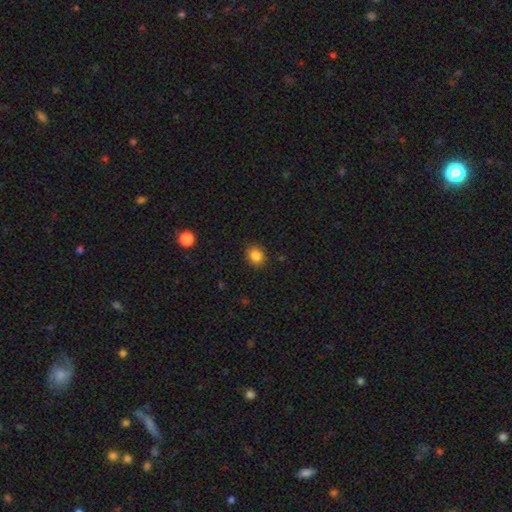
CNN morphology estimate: Smooth or featured?
  - smooth: 85% *
  - star or artifact: 11%
  - featured or disk: 4%
How rounded?
  - round: 72% *
  - in between: 27%
  - cigar-shaped: 1%
Merging?
  - none: 89% *
  - minor disturbance: 8%
  - major disturbance: 2%
  - merger: 1%